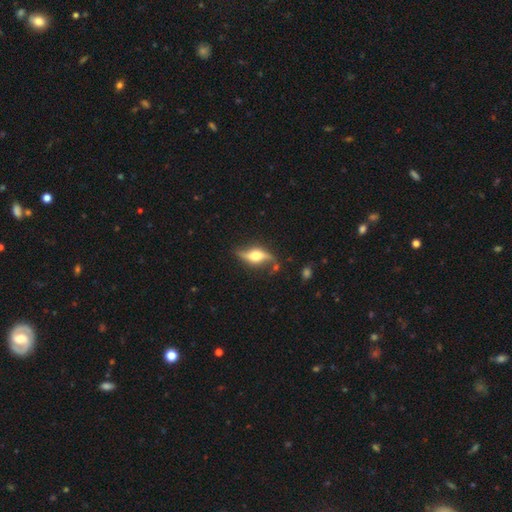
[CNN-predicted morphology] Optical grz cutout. It shows a featured or disk galaxy (73%) viewed edge-on (51%). Merging: none (69%).